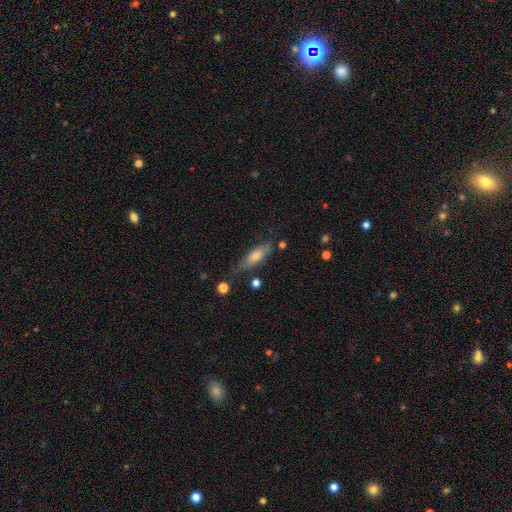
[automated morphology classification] This is possibly a smooth galaxy (60%). How rounded: possibly cigar-shaped (51%). Merging: likely none (67%).